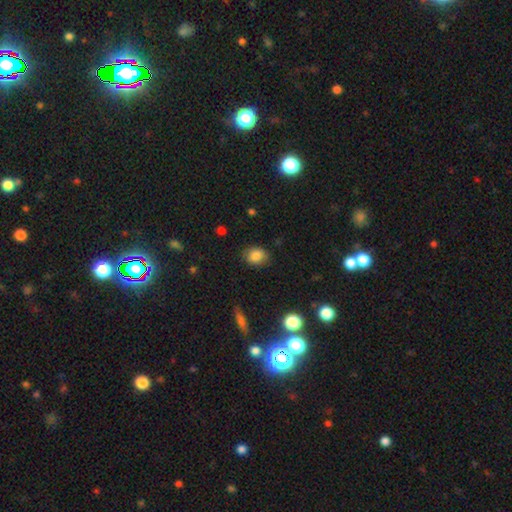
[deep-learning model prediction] Morphology: type=smooth (85%); roundness=in between (50%); merging=none (79%).